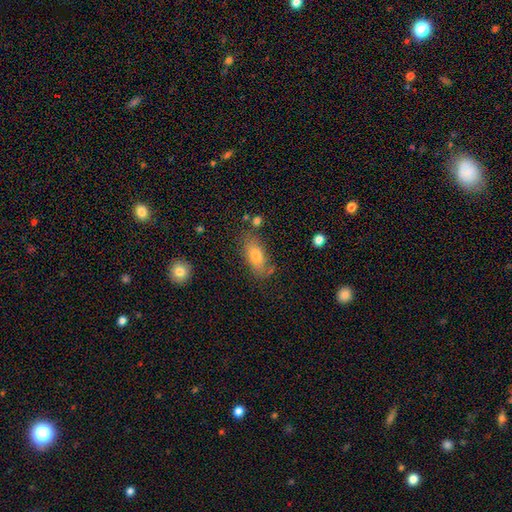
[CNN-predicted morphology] Smooth or featured? Predicted: smooth (p=0.73). How rounded? Predicted: in between (p=0.84). Merging? Predicted: none (p=0.71).